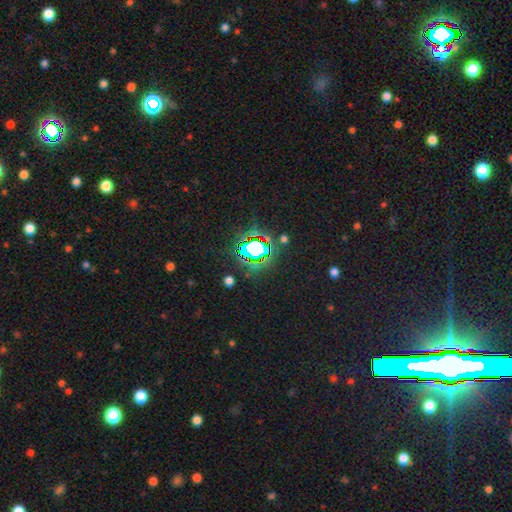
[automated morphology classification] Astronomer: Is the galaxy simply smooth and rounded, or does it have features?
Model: star or artifact — 83%.